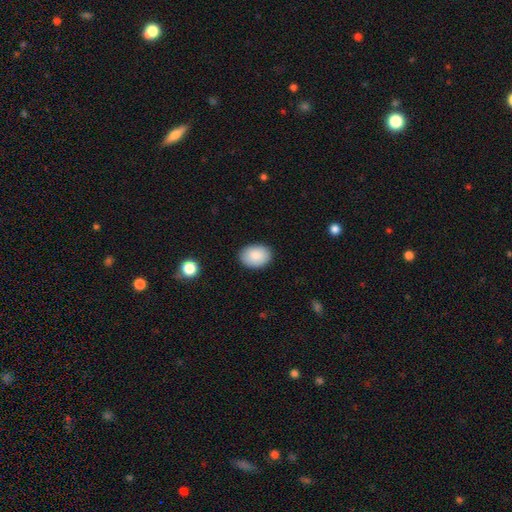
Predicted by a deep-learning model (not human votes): A smooth galaxy with no disk features (88%) that is in between round and cigar-shaped (76%). Merging: none (88%).